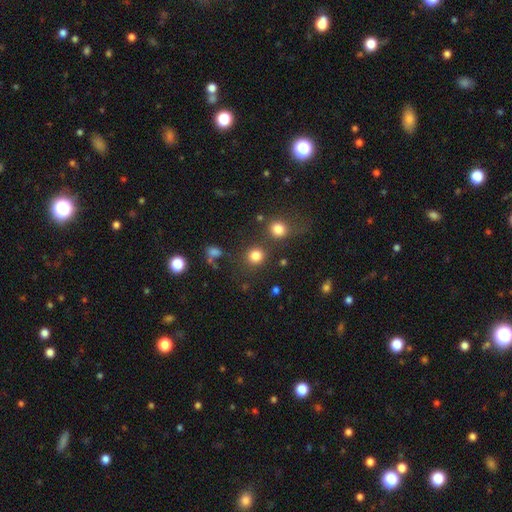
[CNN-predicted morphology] Smooth or featured?
  - smooth: 82% *
  - star or artifact: 13%
  - featured or disk: 5%
How rounded?
  - round: 90% *
  - in between: 9%
  - cigar-shaped: 1%
Merging?
  - none: 77% *
  - merger: 10%
  - minor disturbance: 8%
  - major disturbance: 5%